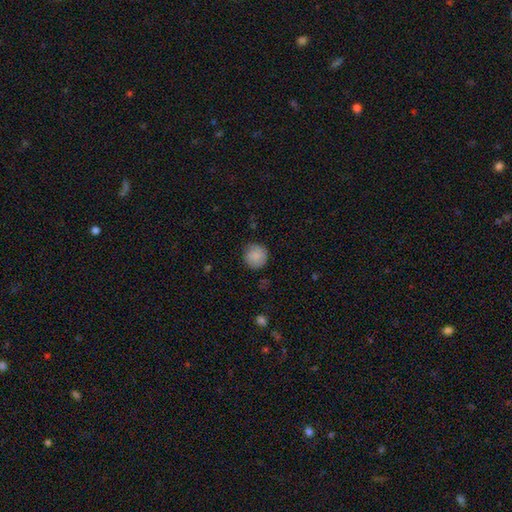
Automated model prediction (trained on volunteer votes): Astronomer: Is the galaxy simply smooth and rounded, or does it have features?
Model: smooth — 84%.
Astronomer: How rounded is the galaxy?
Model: round — 94%.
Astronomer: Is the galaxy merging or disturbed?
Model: none — 83%.